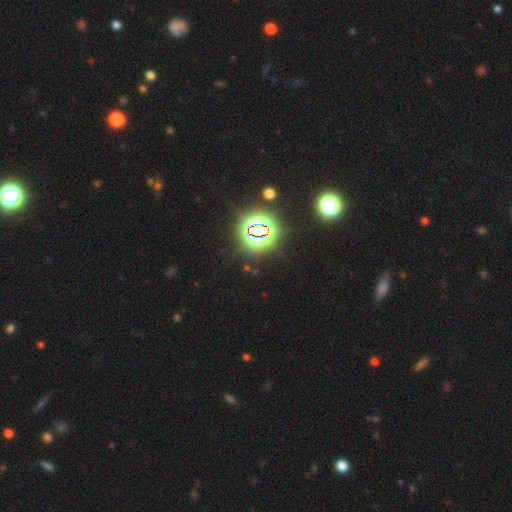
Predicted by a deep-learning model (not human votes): This is clearly a star or artifact rather than a galaxy (81%).